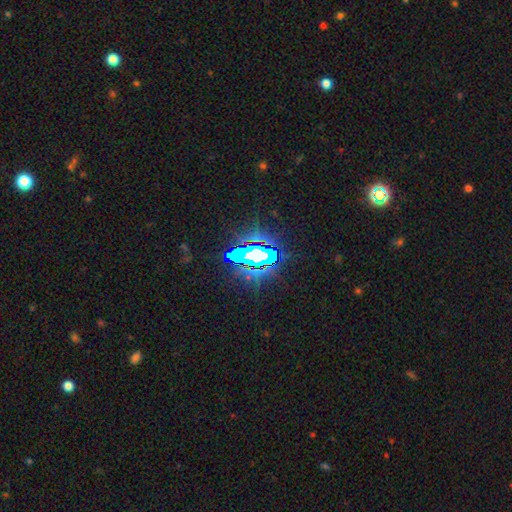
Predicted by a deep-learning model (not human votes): smooth_or_featured: star or artifact (p=0.70) [alt: featured or disk p=0.15]